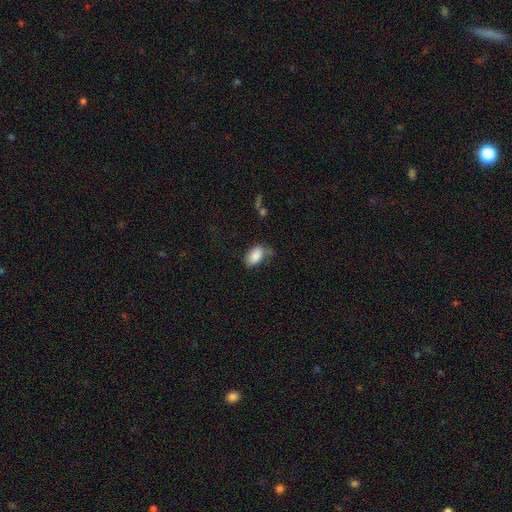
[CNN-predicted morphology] smooth-or-featured: smooth: 86% | star or artifact: 7% | featured or disk: 7%
  how-rounded: in between: 92% | round: 6% | cigar-shaped: 2%
  merging: none: 51% | minor disturbance: 33% | major disturbance: 12% | merger: 4%